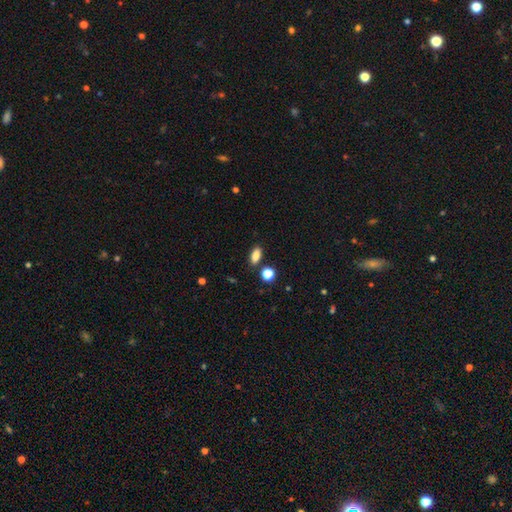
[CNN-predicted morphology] The model was most divided on "how rounded": in between: 83%, cigar-shaped: 10%, round: 8%. More confident: smooth or featured — smooth (84%); merging — none (83%).